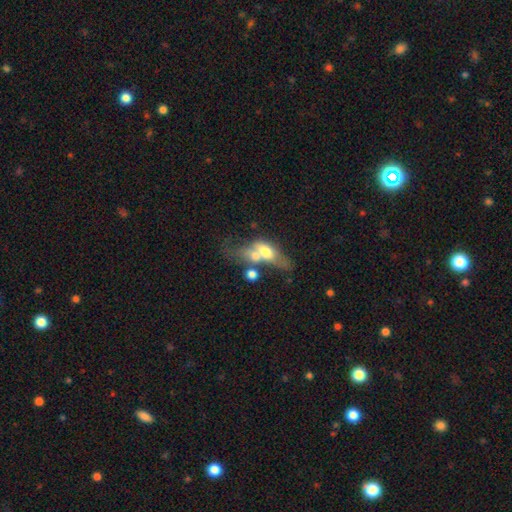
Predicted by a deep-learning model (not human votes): This appears to be a smooth galaxy with no disk features (54%) that is in between round and cigar-shaped (71%). Merging: merger (61%).